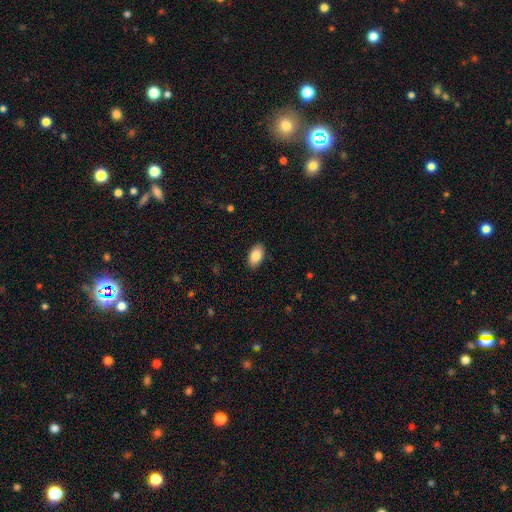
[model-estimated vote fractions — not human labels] Morphology: type=smooth (86%); roundness=in between (94%); merging=none (89%).